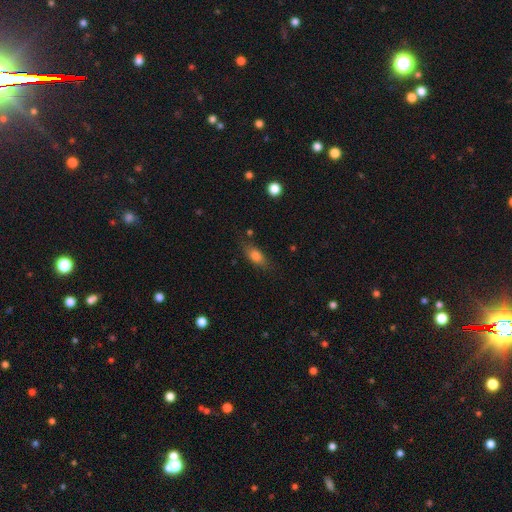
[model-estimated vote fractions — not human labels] Smooth or featured? smooth (77%)
How rounded? in between (76%)
Merging? none (70%)